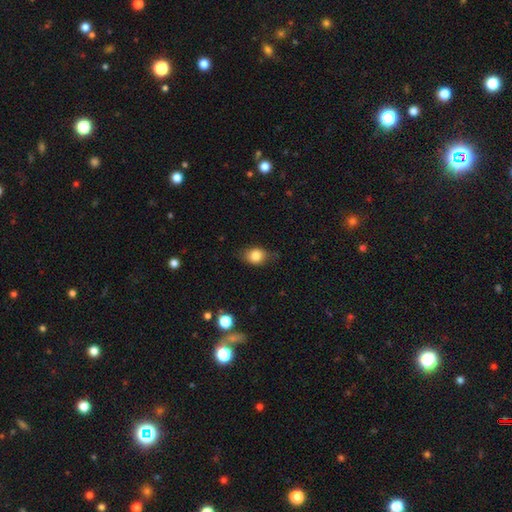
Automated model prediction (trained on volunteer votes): This is clearly a smooth galaxy (82%). How rounded: possibly in between (56%). Merging: likely none (70%).